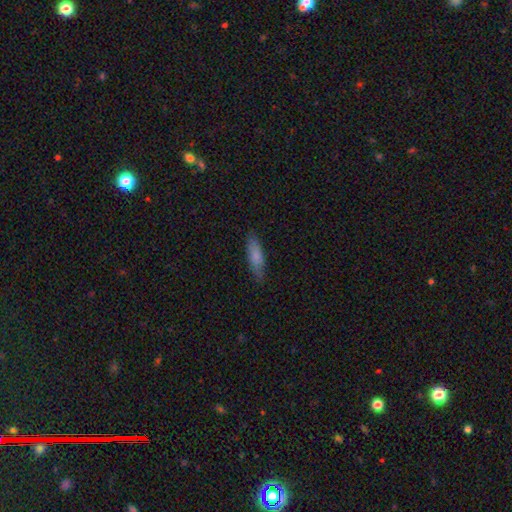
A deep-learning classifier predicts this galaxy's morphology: Smooth or featured? smooth (80%)
How rounded? cigar-shaped (54%)
Merging? none (81%)